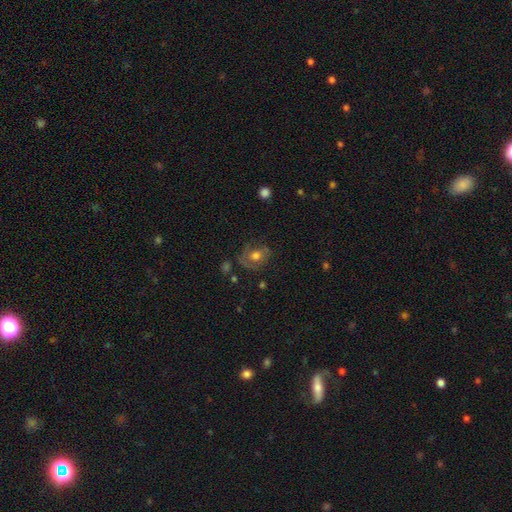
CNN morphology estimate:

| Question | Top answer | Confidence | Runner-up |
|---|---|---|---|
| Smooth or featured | smooth | 48% | featured or disk (40%) |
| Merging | none | 58% | minor disturbance (23%) |